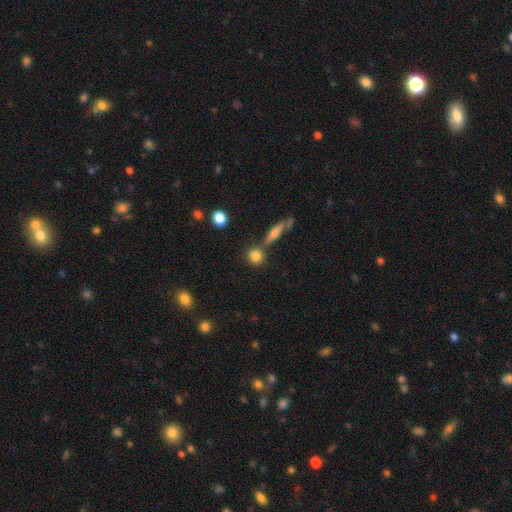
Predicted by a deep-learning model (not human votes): Smooth or featured? Predicted: smooth (p=0.81). How rounded? Predicted: round (p=0.80). Merging? Predicted: none (p=0.67).